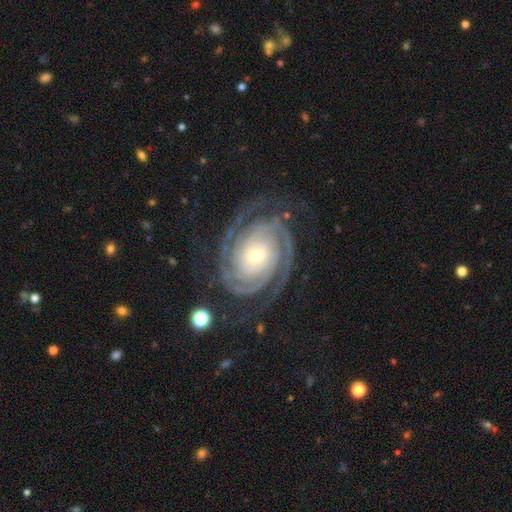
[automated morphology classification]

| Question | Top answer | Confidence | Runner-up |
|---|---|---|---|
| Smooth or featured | featured or disk | 93% | star or artifact (4%) |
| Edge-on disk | no | 97% | yes (3%) |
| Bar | no | 56% | weak (25%) |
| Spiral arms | yes | 99% | no (1%) |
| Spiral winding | tight | 80% | medium (18%) |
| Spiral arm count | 2 | 66% | 3 (15%) |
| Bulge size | small | 56% | moderate (39%) |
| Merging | none | 80% | minor disturbance (13%) |